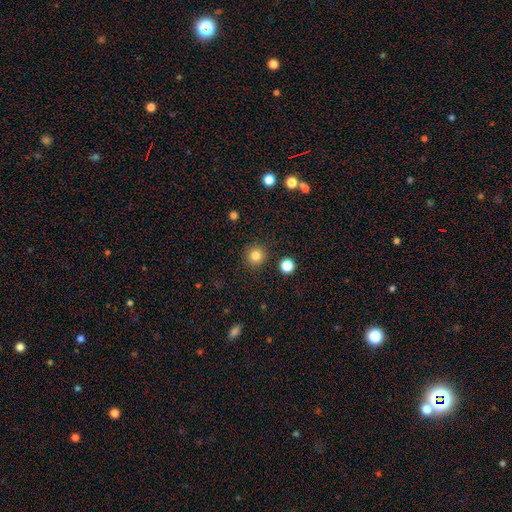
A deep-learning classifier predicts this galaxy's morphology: smooth-or-featured: smooth: 83% | star or artifact: 12% | featured or disk: 5%
  how-rounded: round: 94% | in between: 5% | cigar-shaped: 1%
  merging: none: 91% | minor disturbance: 5% | major disturbance: 2% | merger: 2%